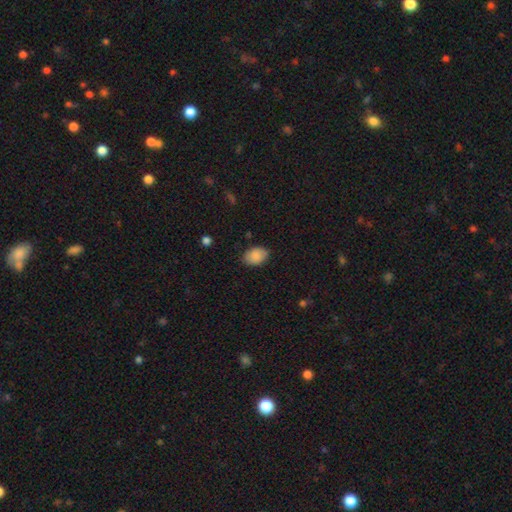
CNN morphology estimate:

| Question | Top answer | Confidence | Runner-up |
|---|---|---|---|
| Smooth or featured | smooth | 88% | star or artifact (7%) |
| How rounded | in between | 80% | round (19%) |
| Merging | none | 82% | minor disturbance (14%) |